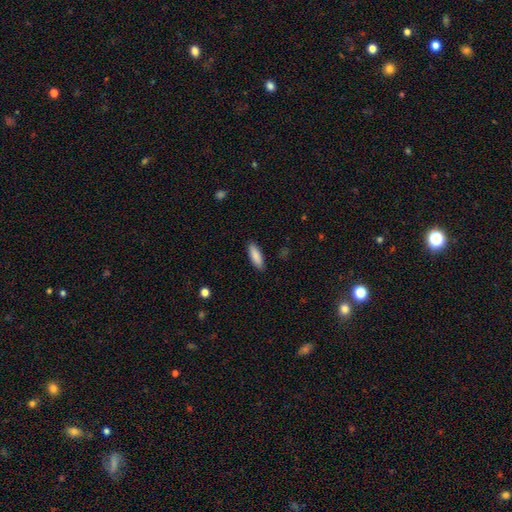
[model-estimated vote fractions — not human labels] This is clearly a smooth galaxy (88%). How rounded: possibly in between (56%). Merging: clearly none (88%).